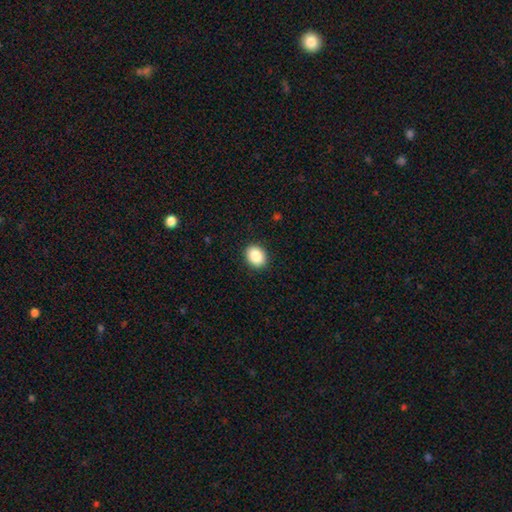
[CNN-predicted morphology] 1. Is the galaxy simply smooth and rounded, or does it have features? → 88% smooth, 8% star or artifact, 4% featured or disk.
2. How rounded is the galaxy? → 54% in between, 45% round, 1% cigar-shaped.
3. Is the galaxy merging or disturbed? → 90% none, 7% minor disturbance, 2% major disturbance, 1% merger.